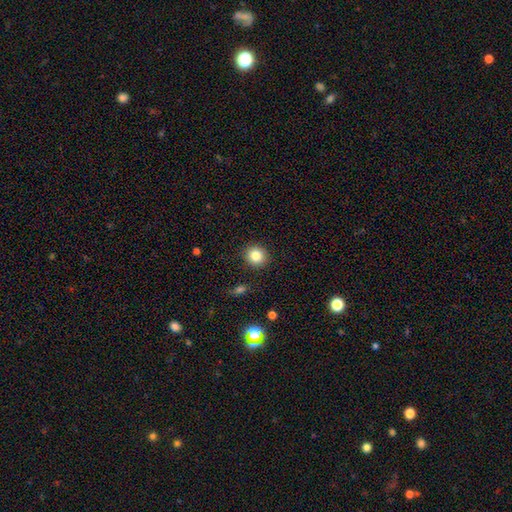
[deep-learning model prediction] smooth 84%, star or artifact 10%, featured or disk 6%. Down the decision tree: how rounded — round (88%); merging — none (90%).